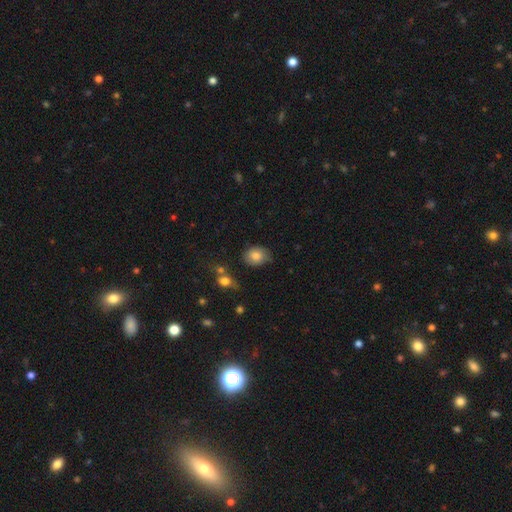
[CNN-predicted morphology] This is clearly a smooth galaxy (81%). How rounded: possibly round (52%). Merging: likely none (70%).